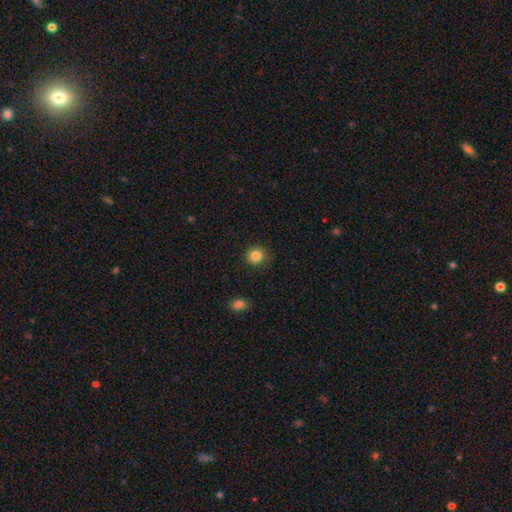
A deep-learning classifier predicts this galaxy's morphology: Q: Smooth or featured?
A: smooth (85%); runner-up: star or artifact (11%)
Q: How rounded?
A: round (91%); runner-up: in between (8%)
Q: Merging?
A: none (88%); runner-up: minor disturbance (8%)